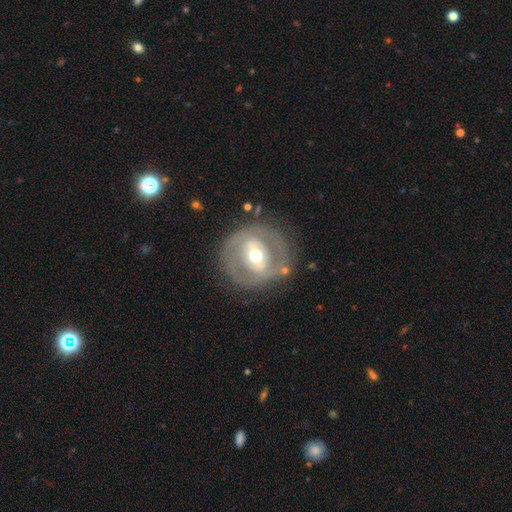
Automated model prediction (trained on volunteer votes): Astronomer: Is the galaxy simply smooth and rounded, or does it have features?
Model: featured or disk — 65%.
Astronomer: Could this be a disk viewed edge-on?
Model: no — 95%.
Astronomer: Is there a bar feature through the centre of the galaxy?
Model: no — 38% (runner-up: weak, 35%).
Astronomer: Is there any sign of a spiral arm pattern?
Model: no — 68%.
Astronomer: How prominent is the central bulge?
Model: moderate — 71%.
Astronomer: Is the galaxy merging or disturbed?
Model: none — 75%.